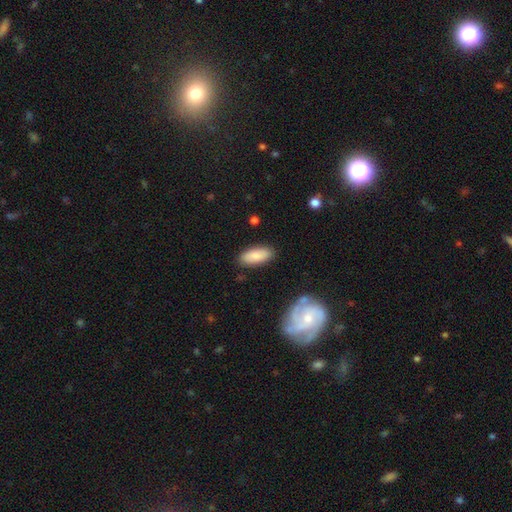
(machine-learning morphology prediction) This appears to be a smooth galaxy with no disk features (83%) that is in between round and cigar-shaped (82%). Merging: none (85%).